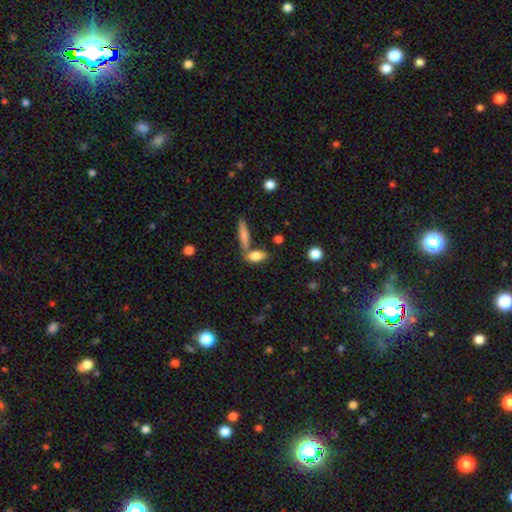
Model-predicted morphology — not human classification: Smooth or featured? smooth (79%)
How rounded? in between (75%)
Merging? none (57%)